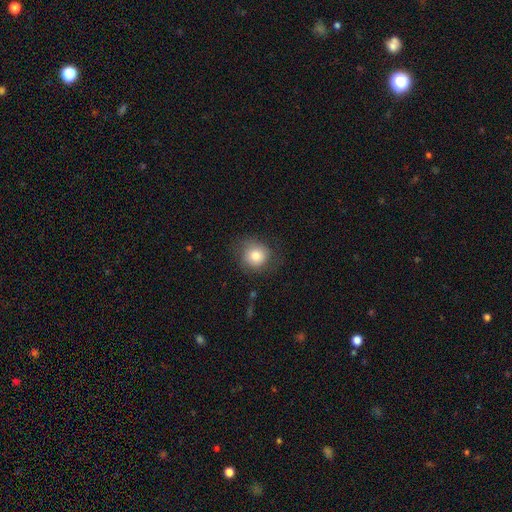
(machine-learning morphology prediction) The model was most divided on "merging": none: 70%, minor disturbance: 20%, major disturbance: 8%, merger: 1%. More confident: how rounded — round (85%); smooth or featured — smooth (81%).